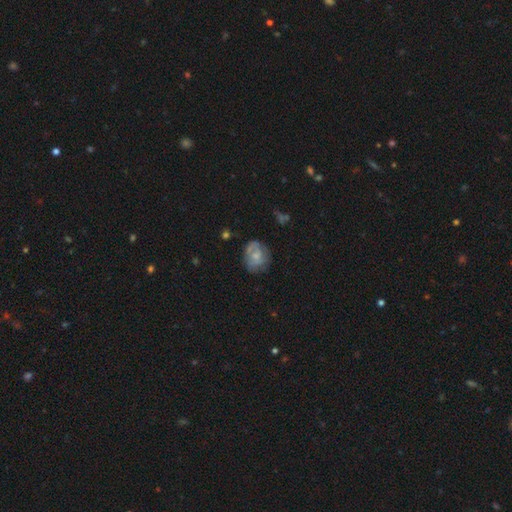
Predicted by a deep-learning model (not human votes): Smooth or featured? Predicted: smooth (p=0.50). How rounded? Predicted: round (p=0.57). Merging? Predicted: none (p=0.57).